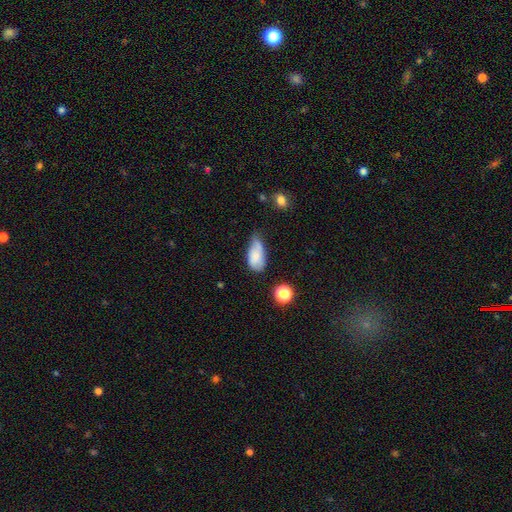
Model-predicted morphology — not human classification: This appears to be a smooth galaxy with no disk features (70%) that is in between round and cigar-shaped (90%). Merging: minor disturbance (46%).